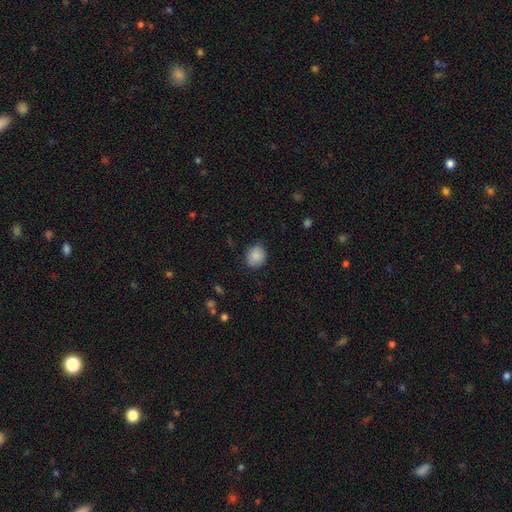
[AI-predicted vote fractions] Overall: smooth (87%). How rounded: round (73%). Merging: none (84%).